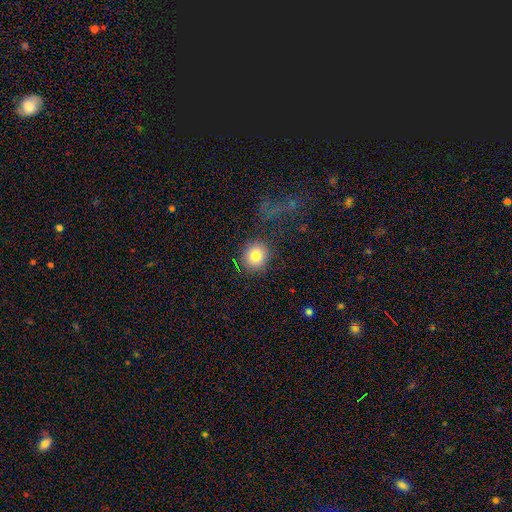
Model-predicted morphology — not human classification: smooth 82%, star or artifact 10%, featured or disk 7%. Down the decision tree: how rounded — round (83%); merging — none (83%).